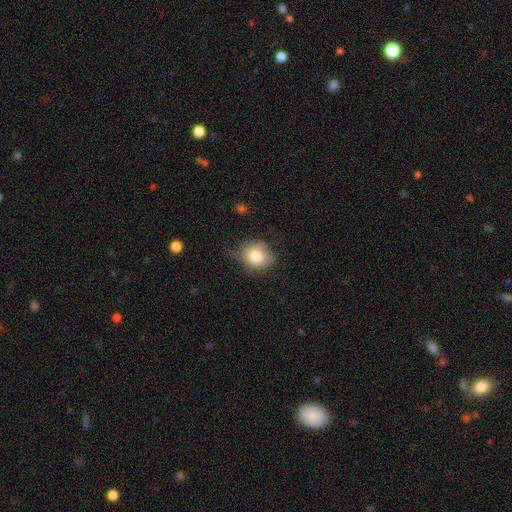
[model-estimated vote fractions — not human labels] Overall: smooth (79%). How rounded: round (66%; in between 33%). Merging: none (56%; minor disturbance 33%).